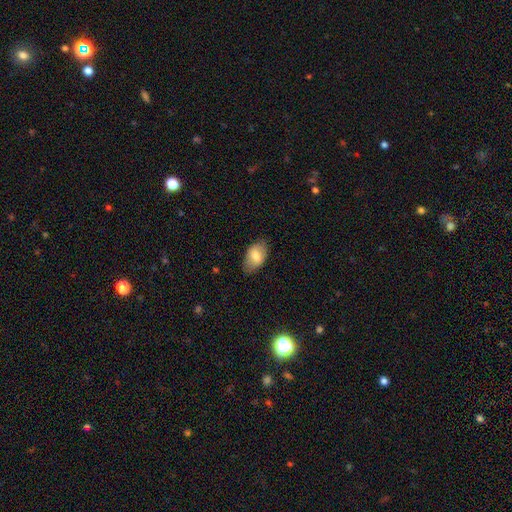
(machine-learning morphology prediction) Smooth or featured? smooth (73%)
How rounded? in between (92%)
Merging? none (80%)